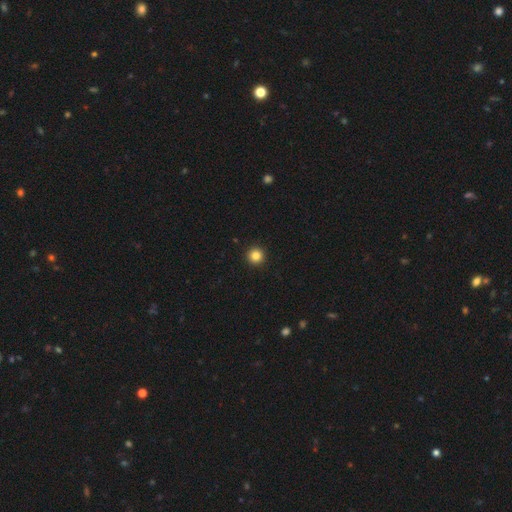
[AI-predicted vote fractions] The model was most divided on "smooth or featured": smooth: 84%, star or artifact: 12%, featured or disk: 4%. More confident: how rounded — round (96%); merging — none (94%).